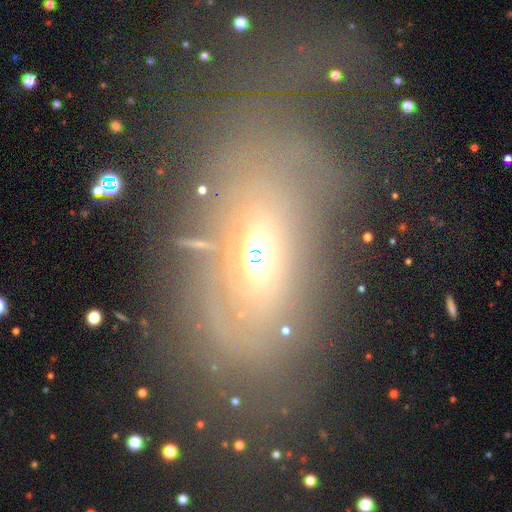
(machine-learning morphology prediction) A featured or disk galaxy (44%). Merging: none (68%).